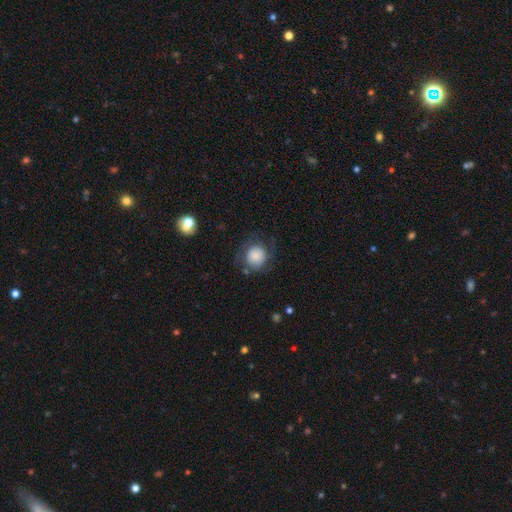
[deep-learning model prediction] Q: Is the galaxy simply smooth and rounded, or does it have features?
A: smooth — 76%.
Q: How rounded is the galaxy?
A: round — 86%.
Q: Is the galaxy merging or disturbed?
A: none — 64%.